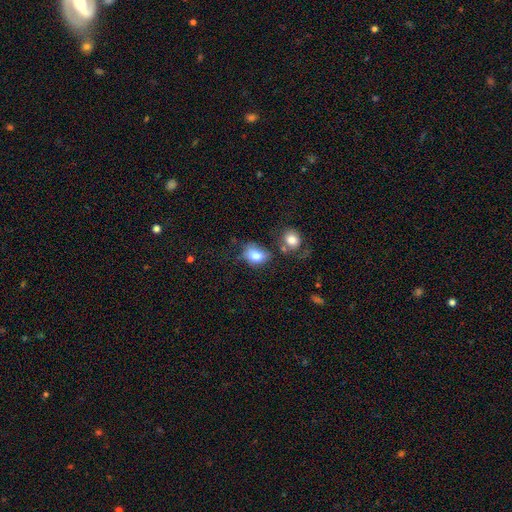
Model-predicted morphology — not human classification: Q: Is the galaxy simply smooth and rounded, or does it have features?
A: smooth — 80%.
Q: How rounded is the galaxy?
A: in between — 69%.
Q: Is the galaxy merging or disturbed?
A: none — 43%.